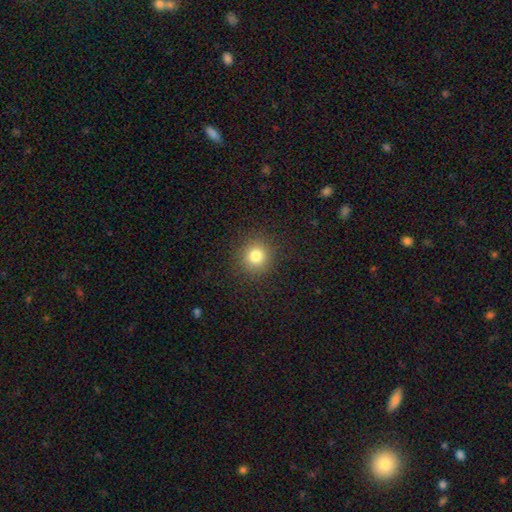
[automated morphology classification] This is likely a smooth galaxy (80%). How rounded: clearly round (92%). Merging: clearly none (90%).